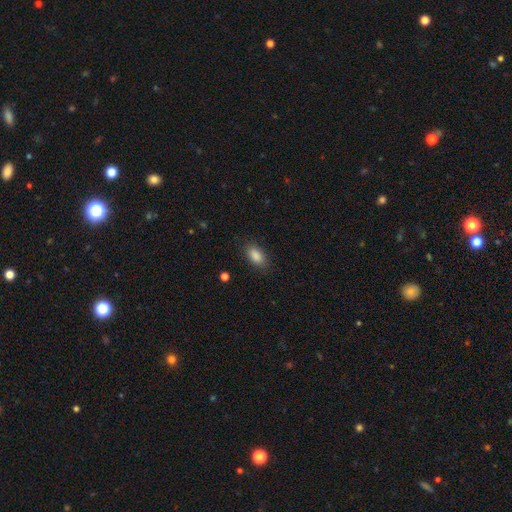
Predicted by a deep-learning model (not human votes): smooth 88%, star or artifact 8%, featured or disk 4%. Down the decision tree: how rounded — in between (91%); merging — none (86%).